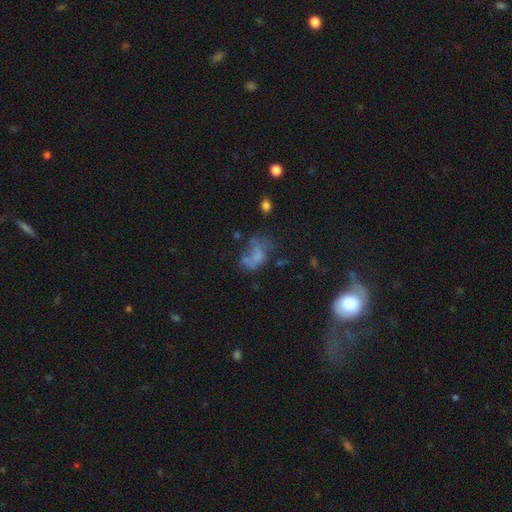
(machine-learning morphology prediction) Smooth or featured: smooth — 43% (featured or disk — 39%)
Merging: major disturbance — 30% (none — 29%)